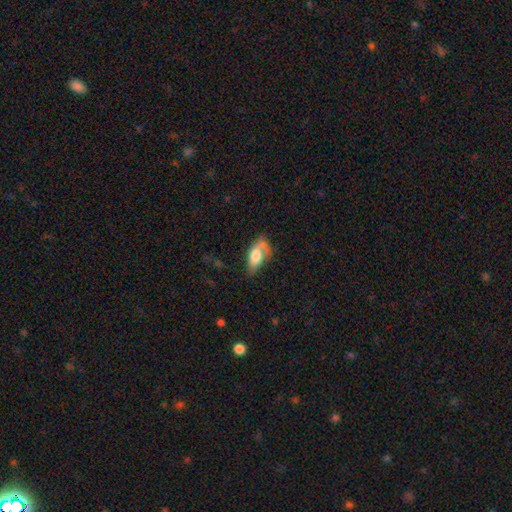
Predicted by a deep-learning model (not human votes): Q: Smooth or featured?
A: smooth (65%); runner-up: featured or disk (28%)
Q: How rounded?
A: in between (86%); runner-up: cigar-shaped (8%)
Q: Merging?
A: none (35%); runner-up: minor disturbance (29%)